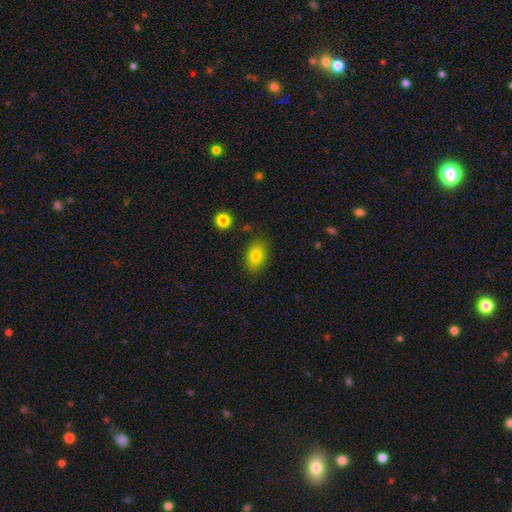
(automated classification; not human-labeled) Smooth or featured? Predicted: smooth (p=0.82). How rounded? Predicted: in between (p=0.88). Merging? Predicted: none (p=0.83).